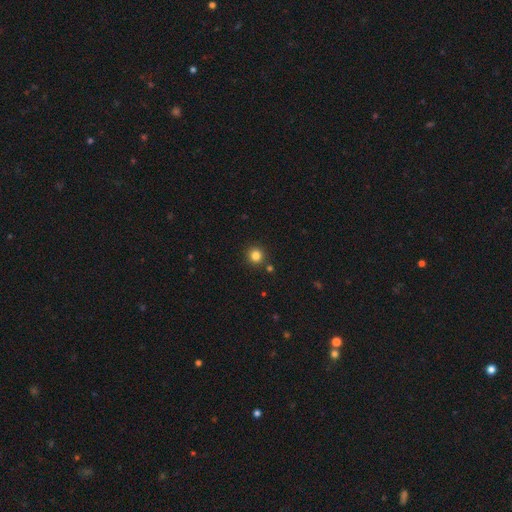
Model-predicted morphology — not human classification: smooth_or_featured: smooth (p=0.82) [alt: star or artifact p=0.13]
how_rounded: round (p=0.92) [alt: in between p=0.07]
merging: none (p=0.87) [alt: minor disturbance p=0.06]